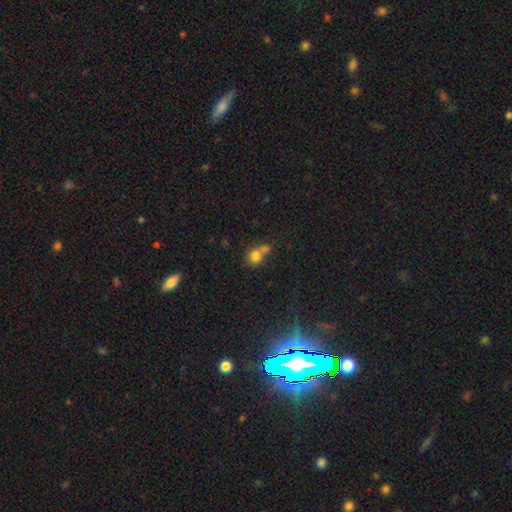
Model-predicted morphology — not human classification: type=smooth (77%); roundness=round (80%); merging=merger (47%).